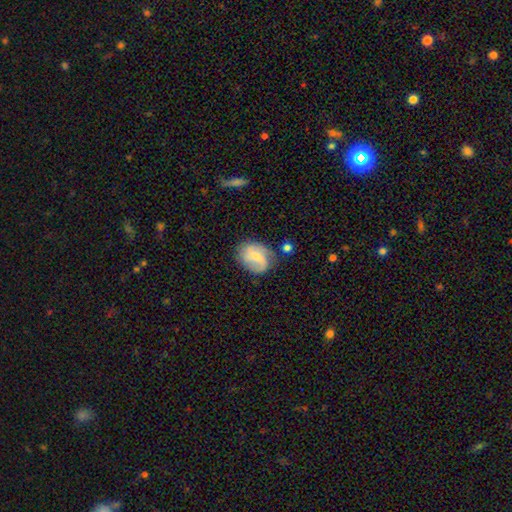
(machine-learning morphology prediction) Overall: featured or disk (50%; smooth 42%). Merging: none (62%; minor disturbance 24%).